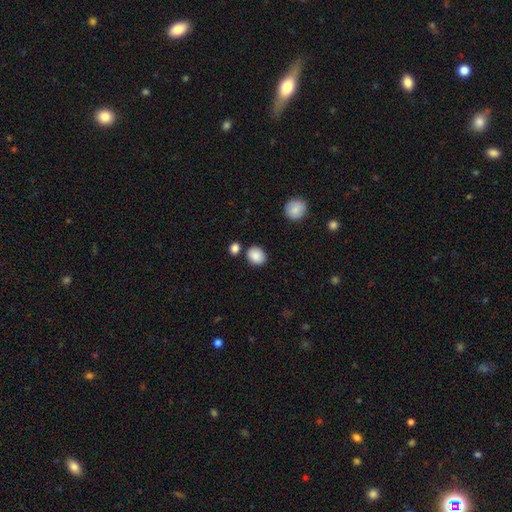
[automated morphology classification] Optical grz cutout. It shows a smooth galaxy with no disk features (87%) that is round (57%). Merging: none (79%).